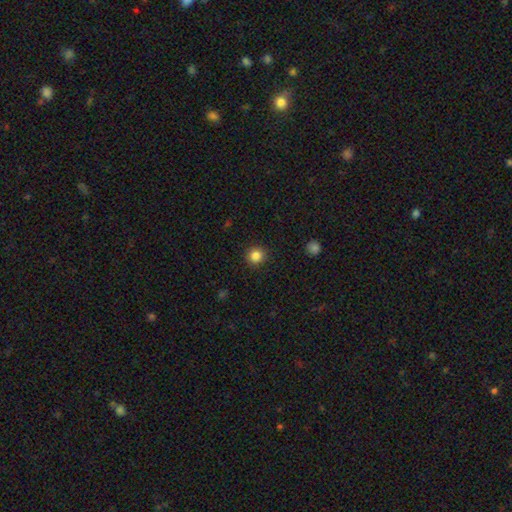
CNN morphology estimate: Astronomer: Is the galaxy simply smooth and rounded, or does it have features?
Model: smooth — 85%.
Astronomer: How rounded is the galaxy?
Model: round — 93%.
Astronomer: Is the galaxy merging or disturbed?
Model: none — 91%.